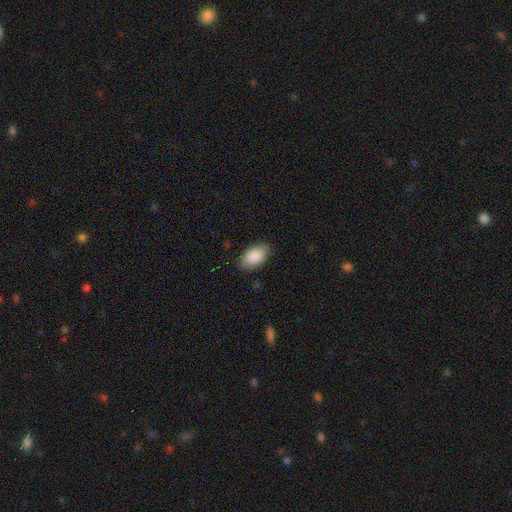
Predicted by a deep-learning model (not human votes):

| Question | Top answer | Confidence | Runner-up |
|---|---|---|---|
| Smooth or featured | smooth | 88% | featured or disk (6%) |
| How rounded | in between | 94% | round (3%) |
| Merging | none | 83% | minor disturbance (13%) |